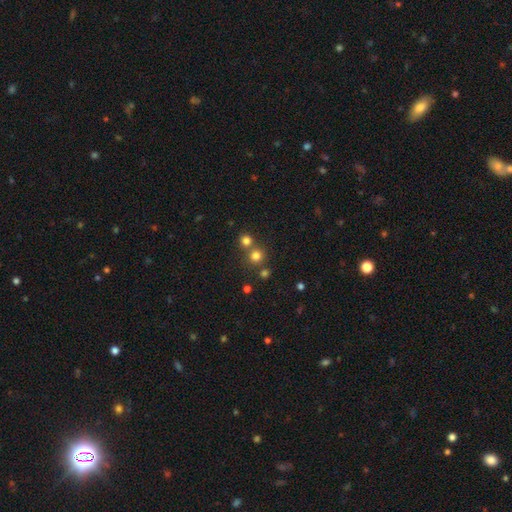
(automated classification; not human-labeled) smooth_or_featured: smooth (p=0.75) [alt: star or artifact p=0.18]
how_rounded: round (p=0.92) [alt: in between p=0.07]
merging: none (p=0.67) [alt: merger p=0.25]